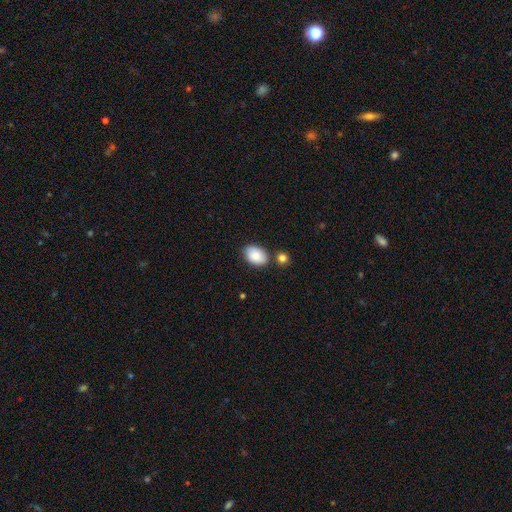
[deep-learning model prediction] Smooth or featured? Predicted: smooth (p=0.86). How rounded? Predicted: in between (p=0.89). Merging? Predicted: none (p=0.76).